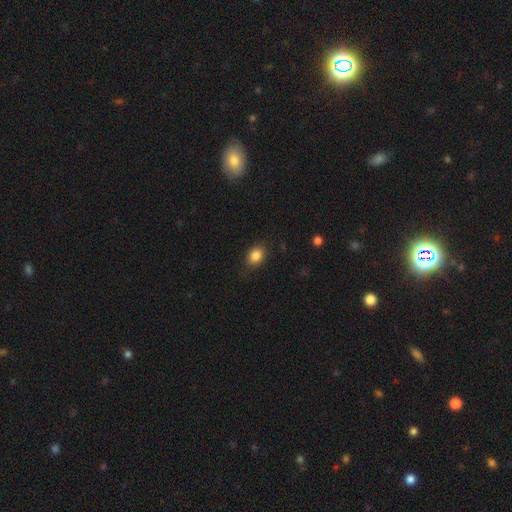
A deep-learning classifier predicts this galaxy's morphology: This appears to be a smooth galaxy with no disk features (85%) that is in between round and cigar-shaped (66%). Merging: none (83%).